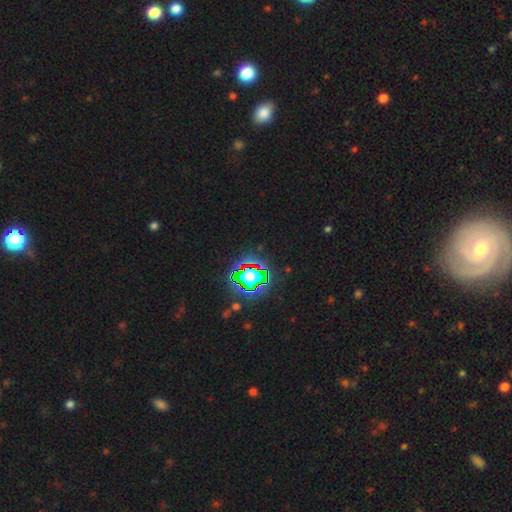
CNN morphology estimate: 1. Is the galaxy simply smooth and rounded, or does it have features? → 81% star or artifact, 12% smooth, 7% featured or disk.